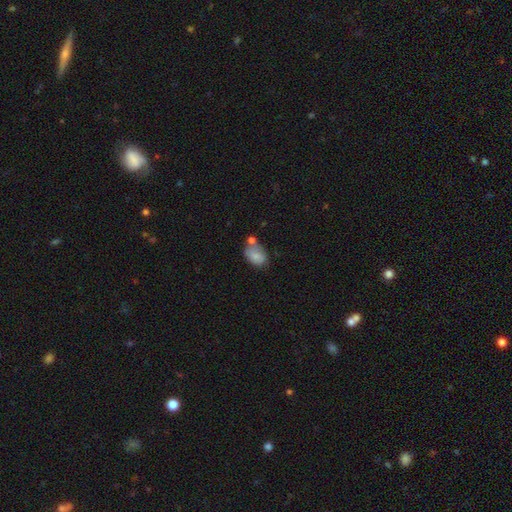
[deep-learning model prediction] smooth 78%, featured or disk 14%, star or artifact 8%. Down the decision tree: how rounded — in between (82%); merging — none (44%).